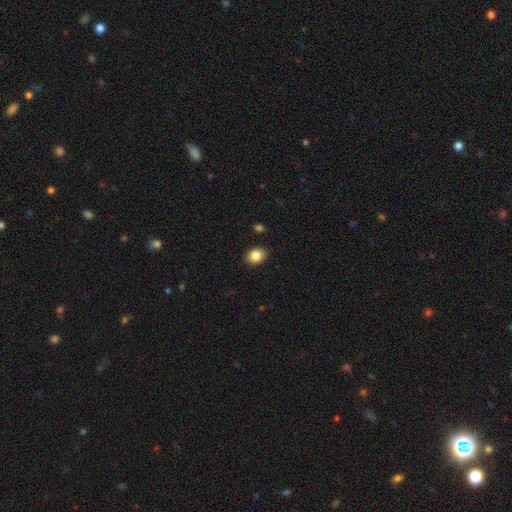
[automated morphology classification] type=smooth (84%); roundness=in between (68%); merging=none (87%).